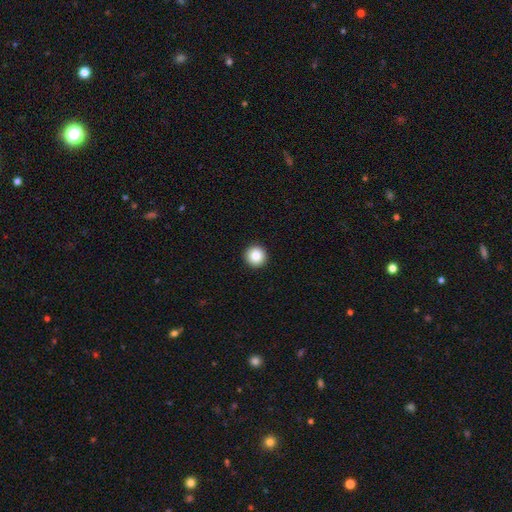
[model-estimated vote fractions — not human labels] Smooth or featured? smooth (84%)
How rounded? round (96%)
Merging? none (94%)